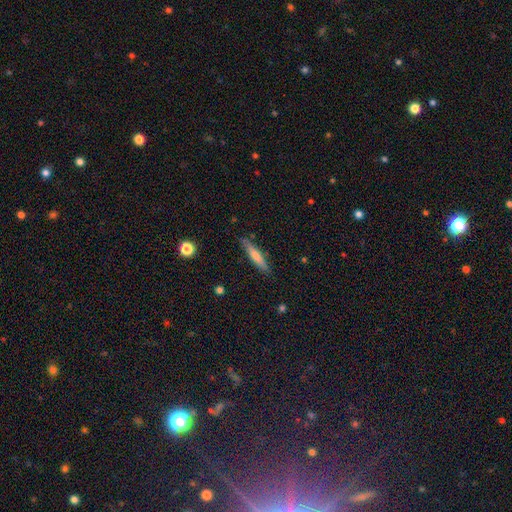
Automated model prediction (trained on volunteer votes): Smooth or featured? Predicted: smooth (p=0.53). How rounded? Predicted: cigar-shaped (p=0.91). Merging? Predicted: none (p=0.87).